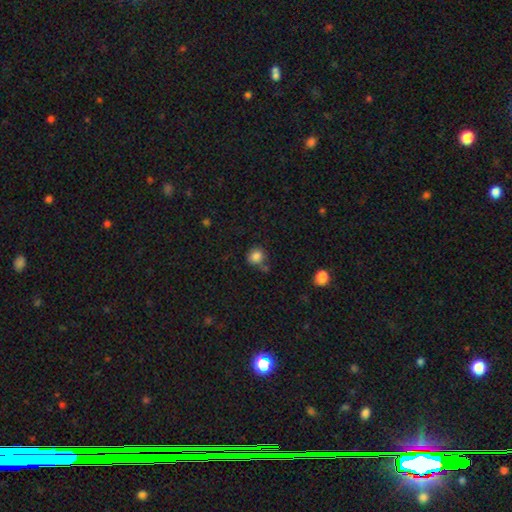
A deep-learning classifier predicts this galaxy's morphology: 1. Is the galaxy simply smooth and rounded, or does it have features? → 84% smooth, 11% star or artifact, 5% featured or disk.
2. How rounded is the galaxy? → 81% round, 18% in between, 1% cigar-shaped.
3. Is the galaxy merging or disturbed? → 67% none, 17% minor disturbance, 12% merger, 5% major disturbance.